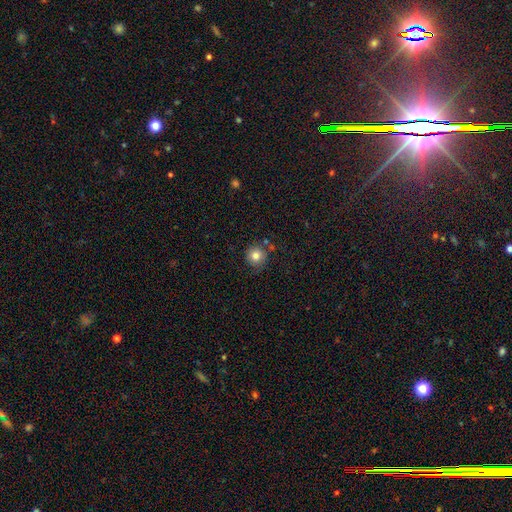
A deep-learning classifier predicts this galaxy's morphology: A smooth galaxy with no disk features (81%) that is round (92%).

Vote fractions:
- Smooth or featured? smooth: 81% / star or artifact: 11% / featured or disk: 8%
- How rounded? round: 92% / in between: 7% / cigar-shaped: 1%
- Merging? none: 78% / minor disturbance: 12% / merger: 6% / major disturbance: 3%